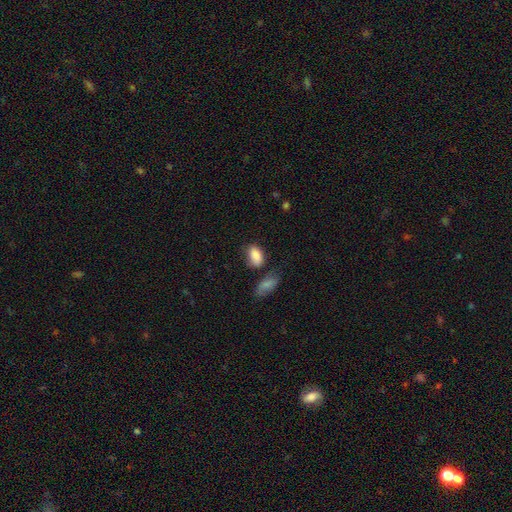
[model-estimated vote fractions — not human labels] Smooth or featured? Predicted: smooth (p=0.86). How rounded? Predicted: in between (p=0.90). Merging? Predicted: none (p=0.61).